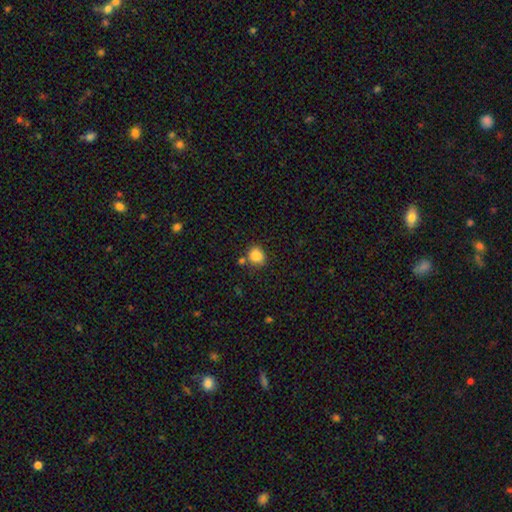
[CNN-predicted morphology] A smooth galaxy with no disk features (85%) that is round (65%). Merging: none (66%).